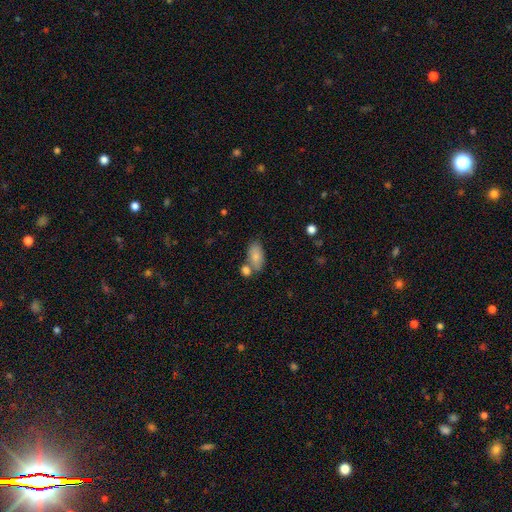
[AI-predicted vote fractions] A smooth galaxy with no disk features (80%) that is in between round and cigar-shaped (92%). Merging: none (55%).